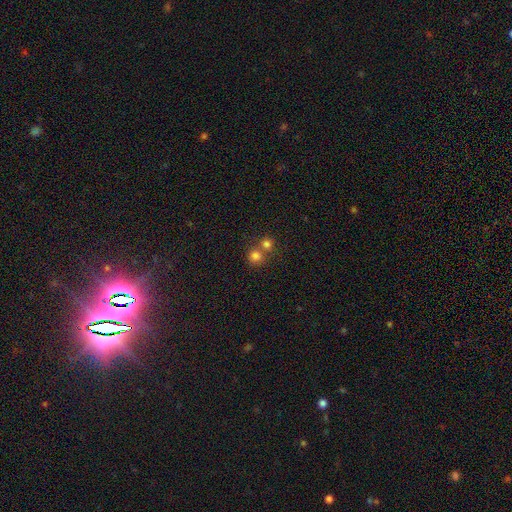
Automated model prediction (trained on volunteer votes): smooth-or-featured: smooth: 79% | star or artifact: 14% | featured or disk: 7%
  how-rounded: round: 90% | in between: 9% | cigar-shaped: 1%
  merging: none: 54% | merger: 38% | minor disturbance: 6% | major disturbance: 3%